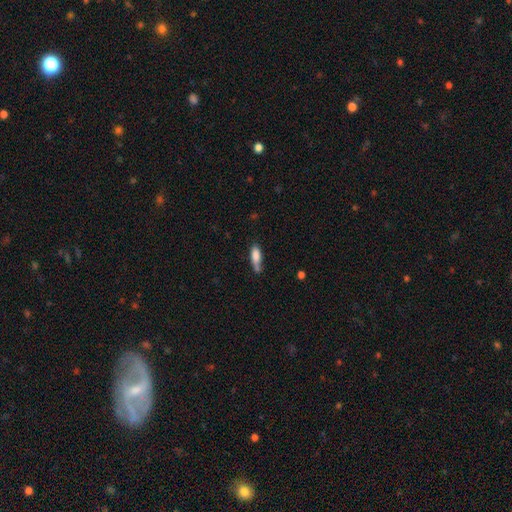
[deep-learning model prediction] The model was most divided on "merging": none: 49%, minor disturbance: 30%, merger: 12%, major disturbance: 8%. More confident: smooth or featured — smooth (81%); how rounded — in between (59%).